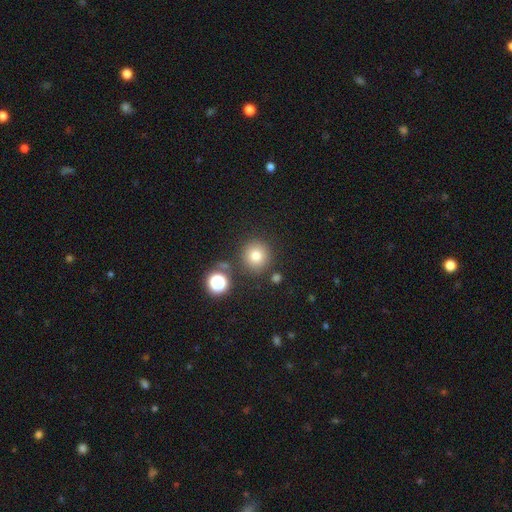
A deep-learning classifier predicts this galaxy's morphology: smooth 78%, star or artifact 14%, featured or disk 8%. Down the decision tree: how rounded — round (93%); merging — none (82%).